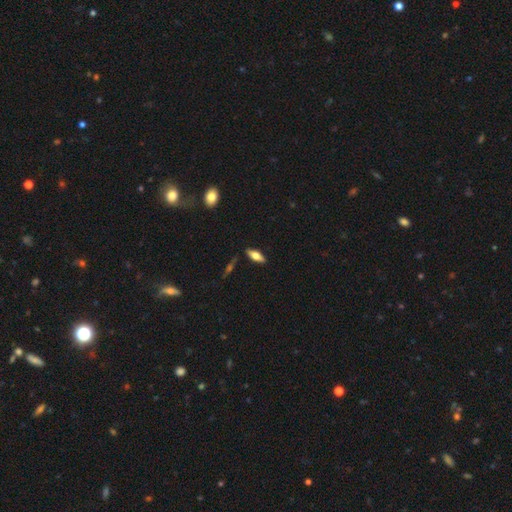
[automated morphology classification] A smooth galaxy with no disk features (51%) that is in between round and cigar-shaped (64%). Merging: none (87%).